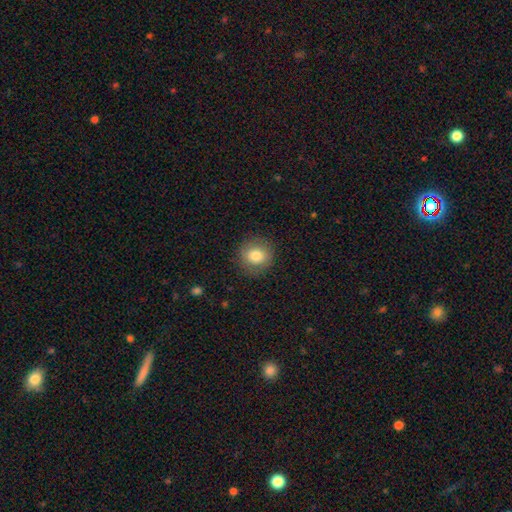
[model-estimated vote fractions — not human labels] This appears to be a smooth galaxy with no disk features (80%) that is round (90%). Merging: none (88%).